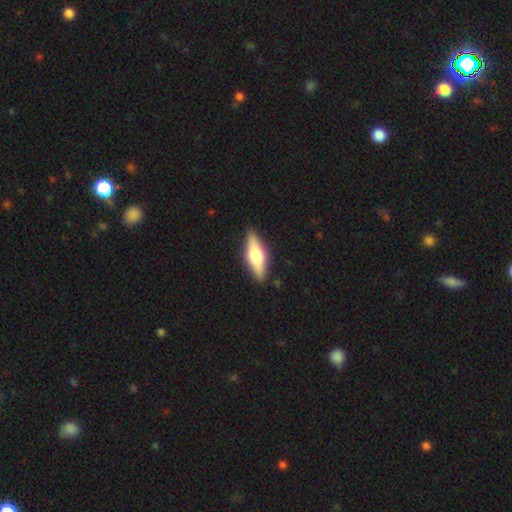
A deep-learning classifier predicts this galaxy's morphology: Overall: smooth (47%, tied with featured or disk). Merging: none (88%).